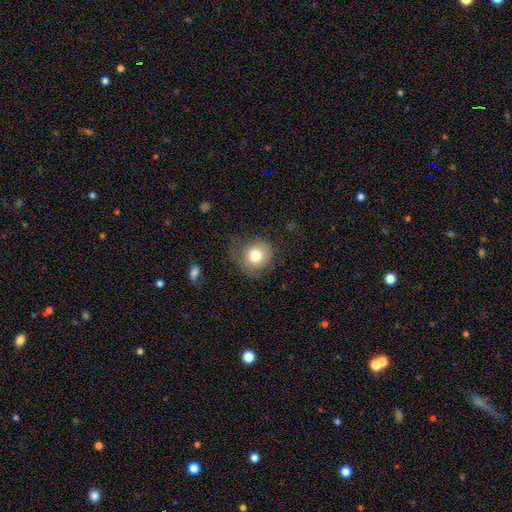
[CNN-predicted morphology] A smooth galaxy with no disk features (78%) that is round (89%). Merging: none (74%).